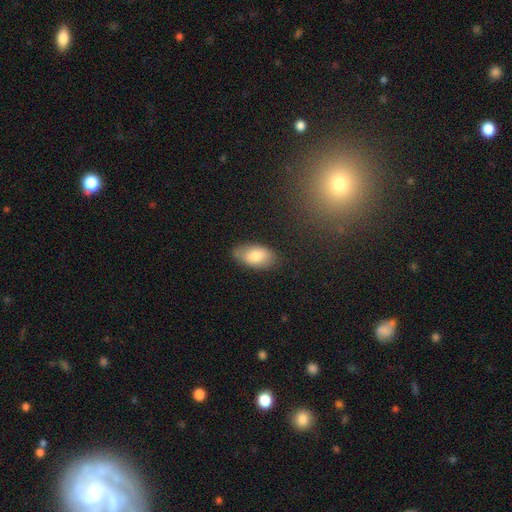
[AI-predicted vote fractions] A smooth galaxy with no disk features (80%) that is in between round and cigar-shaped (93%). Merging: none (79%).